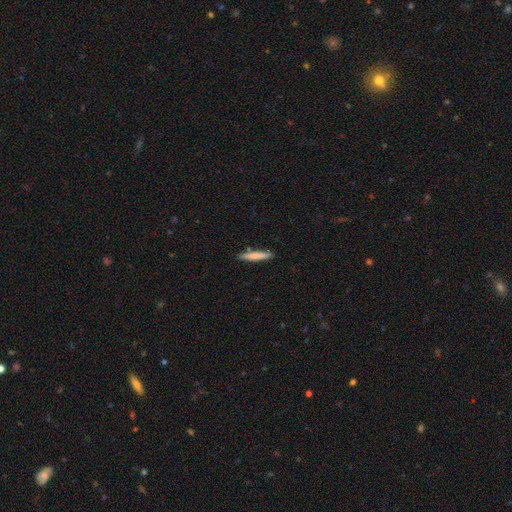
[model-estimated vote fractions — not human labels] The model was most divided on "smooth or featured": smooth: 75%, featured or disk: 19%, star or artifact: 6%. More confident: how rounded — cigar-shaped (93%); merging — none (88%).